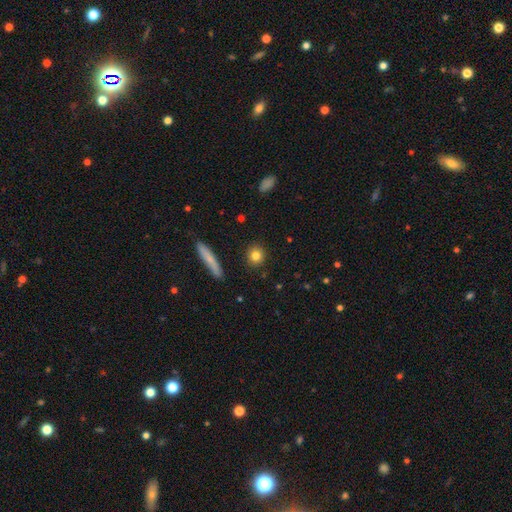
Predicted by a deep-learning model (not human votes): Smooth or featured? smooth (81%)
How rounded? round (84%)
Merging? none (90%)